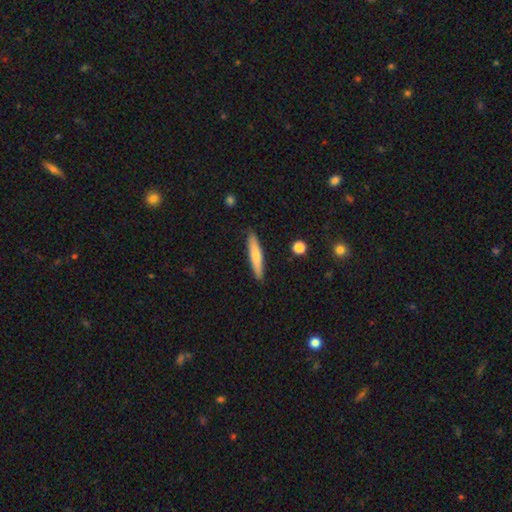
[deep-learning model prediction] A smooth galaxy with no disk features (69%) that is cigar-shaped (91%).

Vote fractions:
- Smooth or featured? smooth: 69% / featured or disk: 25% / star or artifact: 6%
- How rounded? cigar-shaped: 91% / in between: 8% / round: 1%
- Merging? none: 89% / minor disturbance: 8% / major disturbance: 2% / merger: 1%